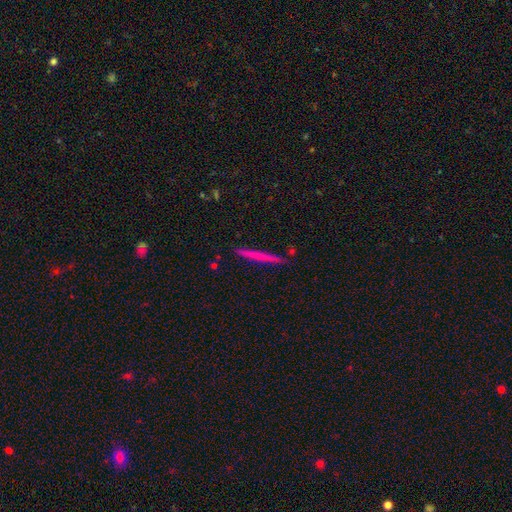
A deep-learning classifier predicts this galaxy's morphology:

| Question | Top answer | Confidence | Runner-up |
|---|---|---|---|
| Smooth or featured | smooth | 61% | featured or disk (33%) |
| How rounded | cigar-shaped | 96% | in between (2%) |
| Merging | none | 88% | minor disturbance (8%) |